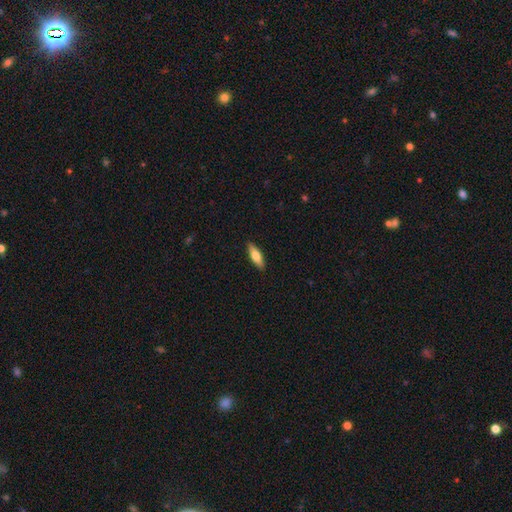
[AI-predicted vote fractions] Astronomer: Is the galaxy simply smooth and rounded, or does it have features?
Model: smooth — 70%.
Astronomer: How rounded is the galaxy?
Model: in between — 49%, tied with cigar-shaped at 49%.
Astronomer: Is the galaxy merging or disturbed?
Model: none — 90%.